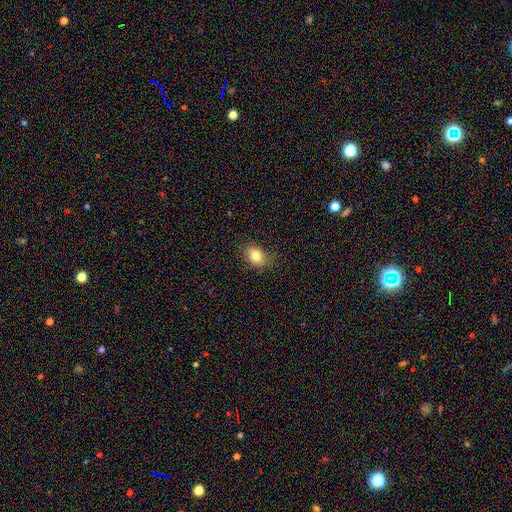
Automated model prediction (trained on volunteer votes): This is clearly a smooth galaxy (82%). How rounded: likely in between (70%). Merging: likely none (80%).